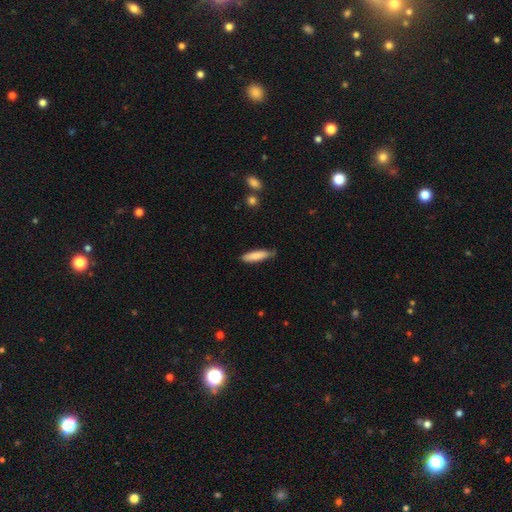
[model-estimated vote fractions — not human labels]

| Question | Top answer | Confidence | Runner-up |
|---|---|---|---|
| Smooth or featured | smooth | 83% | featured or disk (11%) |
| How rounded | cigar-shaped | 70% | in between (29%) |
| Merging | none | 68% | minor disturbance (26%) |